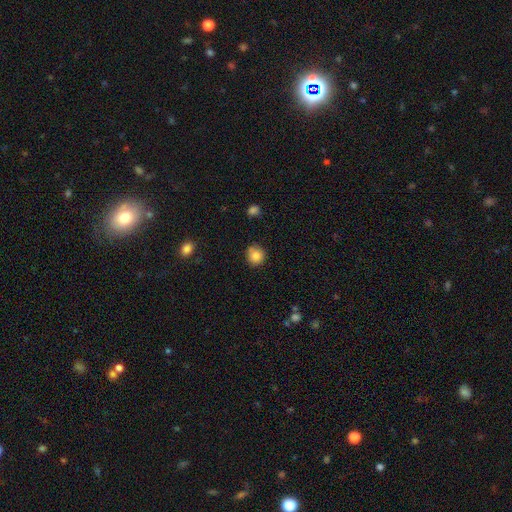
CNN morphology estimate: This is clearly a smooth galaxy (84%). How rounded: clearly round (91%). Merging: clearly none (82%).